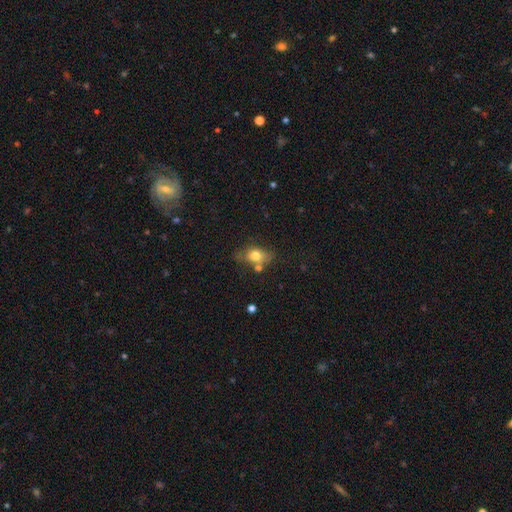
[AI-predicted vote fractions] smooth-or-featured: smooth: 74% | featured or disk: 17% | star or artifact: 10%
  how-rounded: in between: 67% | round: 30% | cigar-shaped: 3%
  merging: none: 55% | minor disturbance: 21% | merger: 16% | major disturbance: 7%